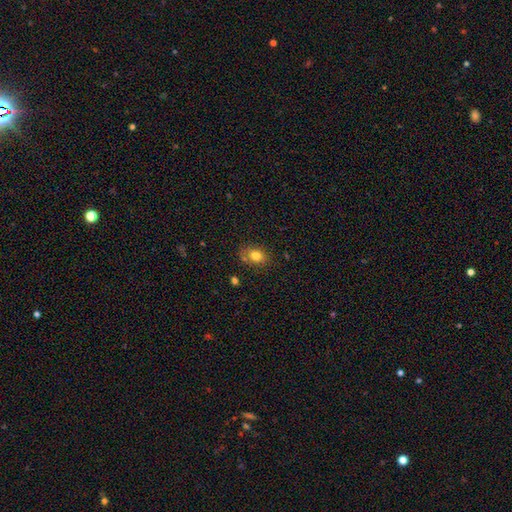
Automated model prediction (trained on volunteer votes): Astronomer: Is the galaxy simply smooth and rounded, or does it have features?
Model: smooth — 80%.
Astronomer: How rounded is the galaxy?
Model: in between — 65%.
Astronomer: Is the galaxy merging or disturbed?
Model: none — 71%.